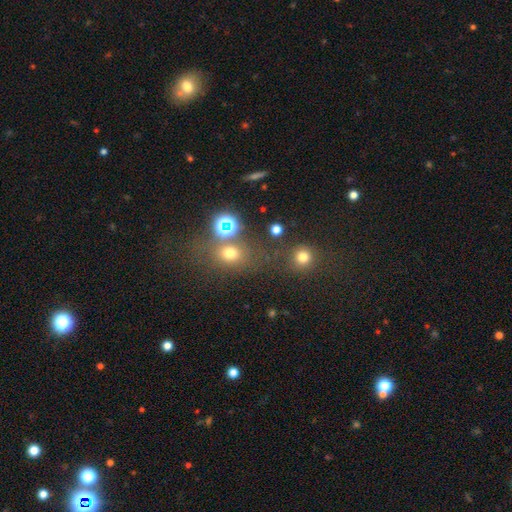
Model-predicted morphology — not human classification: Q: Smooth or featured?
A: star or artifact (44%); runner-up: smooth (42%)